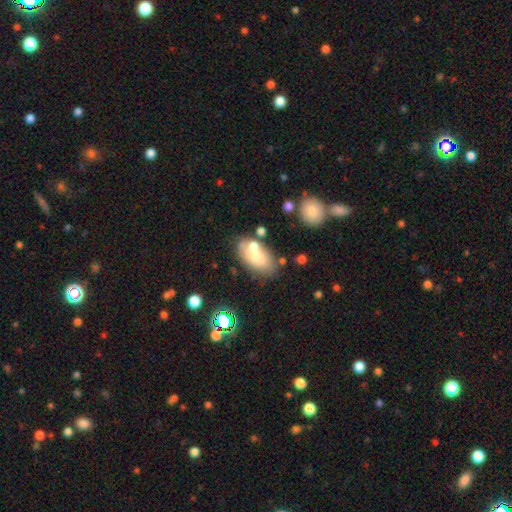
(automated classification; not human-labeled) The model was most divided on "merging": none: 53%, merger: 21%, minor disturbance: 18%, major disturbance: 7%. More confident: how rounded — in between (91%); smooth or featured — smooth (68%).